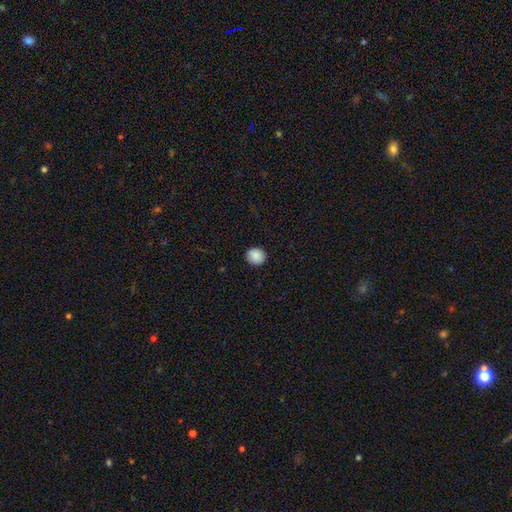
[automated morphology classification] smooth_or_featured: smooth (p=0.89) [alt: star or artifact p=0.08]
how_rounded: round (p=0.85) [alt: in between p=0.14]
merging: none (p=0.91) [alt: minor disturbance p=0.07]